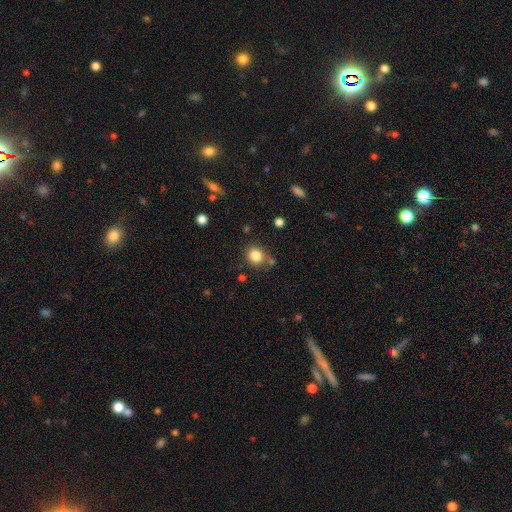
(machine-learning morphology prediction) Smooth or featured? Predicted: smooth (p=0.83). How rounded? Predicted: round (p=0.79). Merging? Predicted: none (p=0.74).